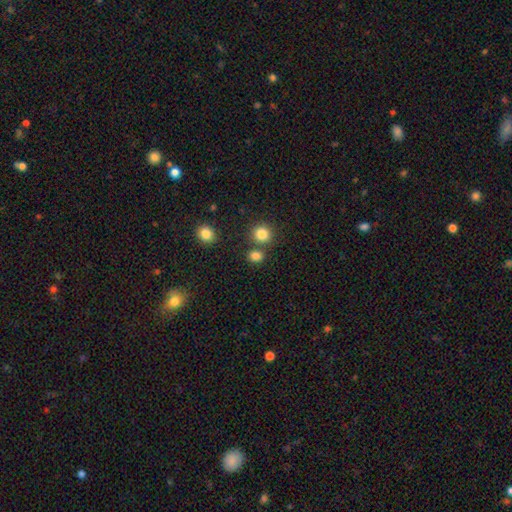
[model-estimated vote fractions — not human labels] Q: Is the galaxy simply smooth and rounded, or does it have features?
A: smooth — 82%.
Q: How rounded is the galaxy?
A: round — 65%.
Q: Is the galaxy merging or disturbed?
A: none — 70%.